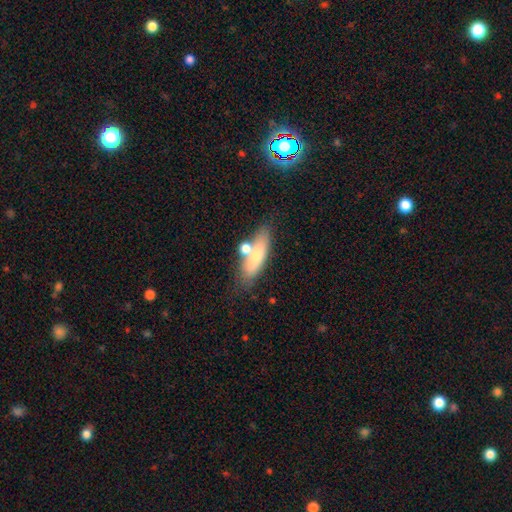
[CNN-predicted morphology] This is likely a smooth galaxy (70%). How rounded: possibly in between (51%). Merging: possibly none (56%).